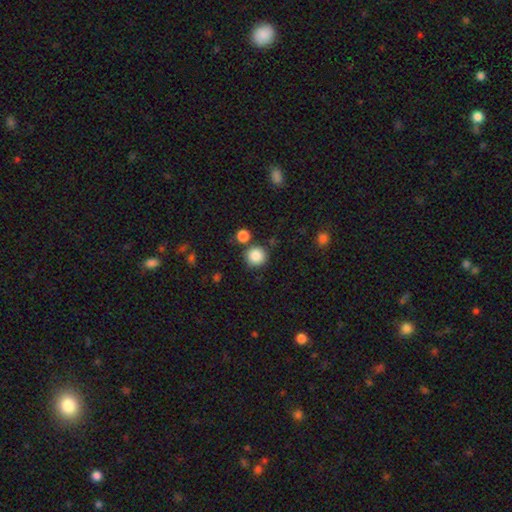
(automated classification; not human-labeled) Overall: smooth (87%). How rounded: round (94%). Merging: none (81%).